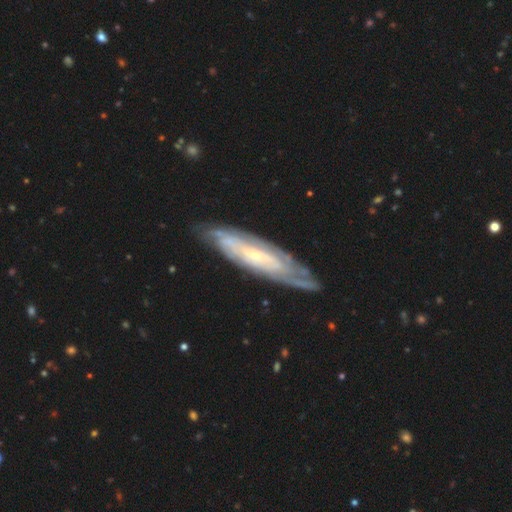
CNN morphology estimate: The model was most divided on "bar": no: 58%, weak: 30%, strong: 12%. More confident: spiral arms — yes (91%); smooth or featured — featured or disk (80%); merging — none (76%); bulge size — small (75%); spiral winding — tight (72%); edge-on disk — no (70%); spiral arm count — can't tell (56%).